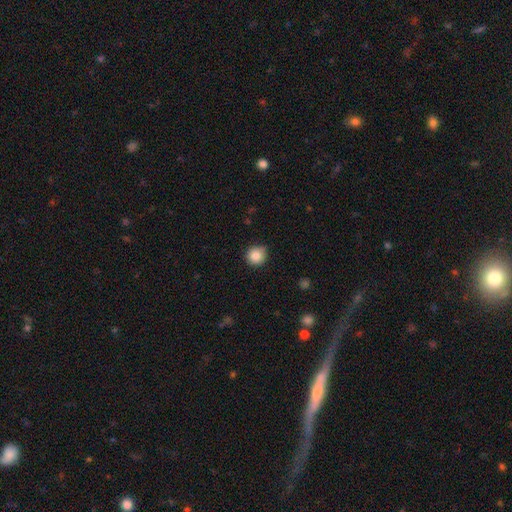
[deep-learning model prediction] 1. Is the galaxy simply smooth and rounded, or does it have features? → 85% smooth, 10% star or artifact, 6% featured or disk.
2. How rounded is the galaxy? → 94% round, 5% in between, 1% cigar-shaped.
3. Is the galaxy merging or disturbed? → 84% none, 12% minor disturbance, 2% major disturbance, 1% merger.